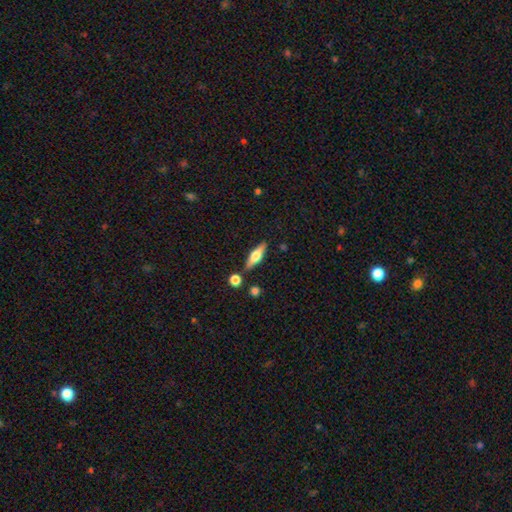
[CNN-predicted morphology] The model was most divided on "smooth or featured": featured or disk: 51%, smooth: 43%, star or artifact: 7%. More confident: edge-on disk — yes (94%); merging — none (82%).